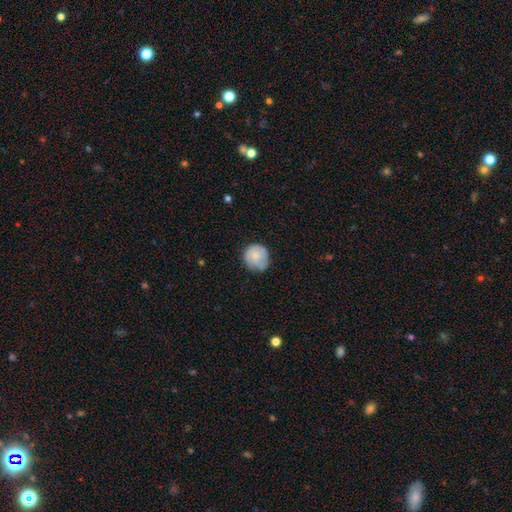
Smooth or featured? 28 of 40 (70%) said smooth. How rounded? 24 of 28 (86%) said round. Merging? 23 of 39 (59%) said none.